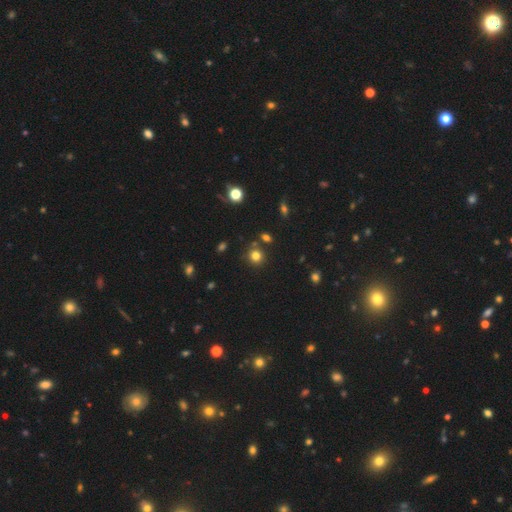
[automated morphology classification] Smooth or featured? Predicted: smooth (p=0.78). How rounded? Predicted: round (p=0.90). Merging? Predicted: none (p=0.80).